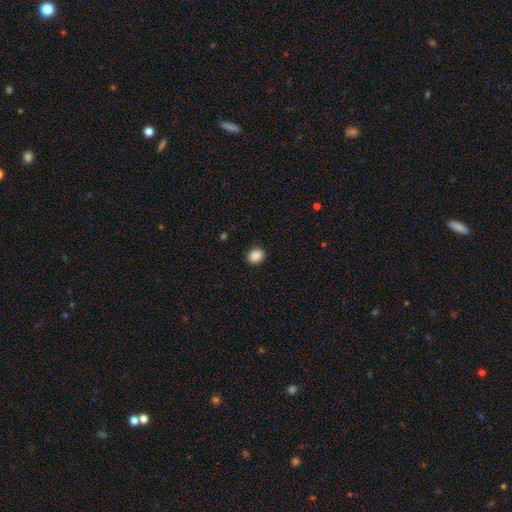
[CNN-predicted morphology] This appears to be a smooth galaxy with no disk features (89%) that is round (57%). Merging: none (89%).